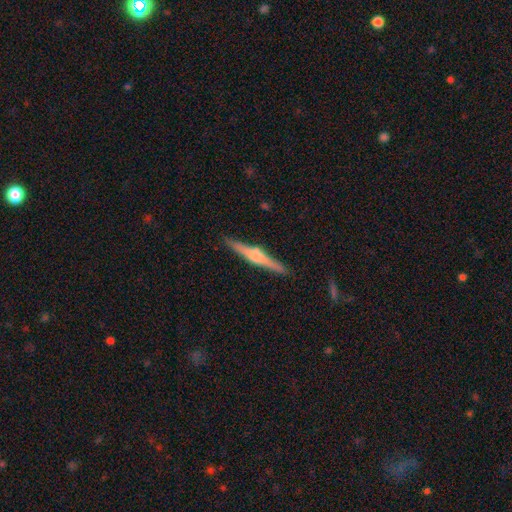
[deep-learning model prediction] Smooth or featured? featured or disk (71%)
Edge-on disk? yes (98%)
Edge-on bulge? rounded (82%)
Merging? none (91%)